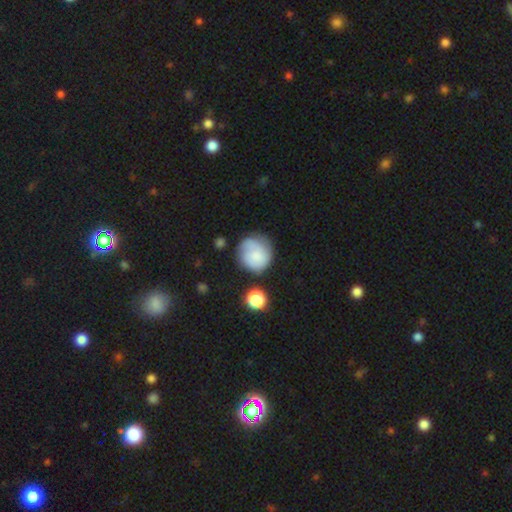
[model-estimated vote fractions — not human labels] This is likely a smooth galaxy (65%). How rounded: clearly round (87%). Merging: possibly none (58%).